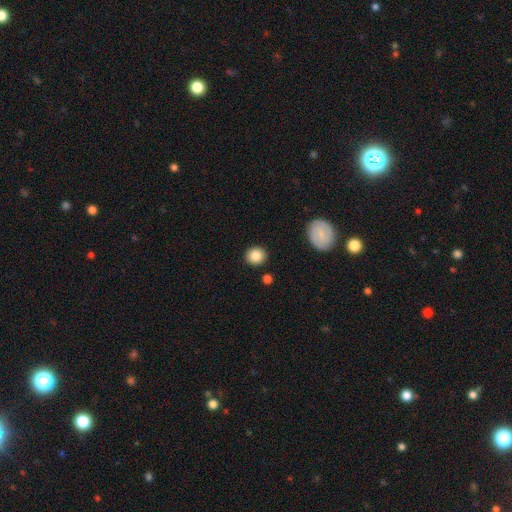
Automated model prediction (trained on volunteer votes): This is clearly a smooth galaxy (85%). How rounded: clearly round (86%). Merging: clearly none (88%).